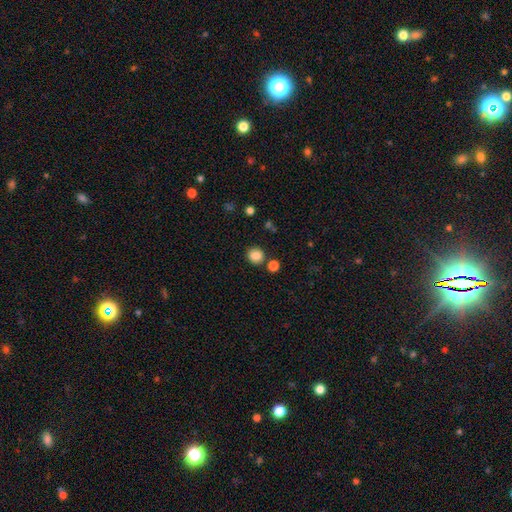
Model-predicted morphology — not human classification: Q: Smooth or featured?
A: smooth (85%); runner-up: star or artifact (11%)
Q: How rounded?
A: round (85%); runner-up: in between (14%)
Q: Merging?
A: none (81%); runner-up: minor disturbance (9%)